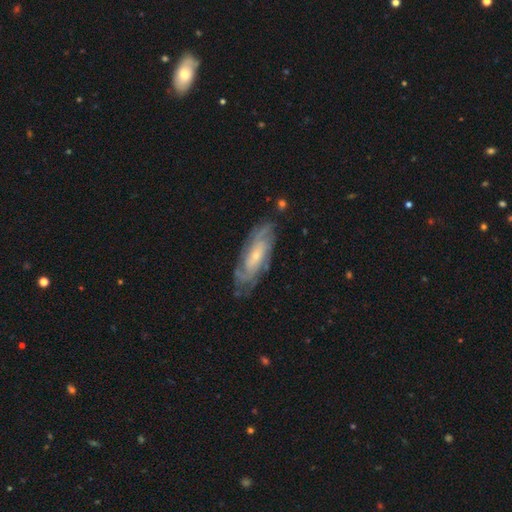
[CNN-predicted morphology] This is likely a featured or disk galaxy (79%). It is clearly not viewed edge-on (87%). Bar: likely no (64%). Spiral arm pattern: clearly yes (93%). Spiral arm count: possibly can't tell (45%). Spiral winding: likely tight (62%). Central bulge: likely small (68%). Merging: likely none (76%).